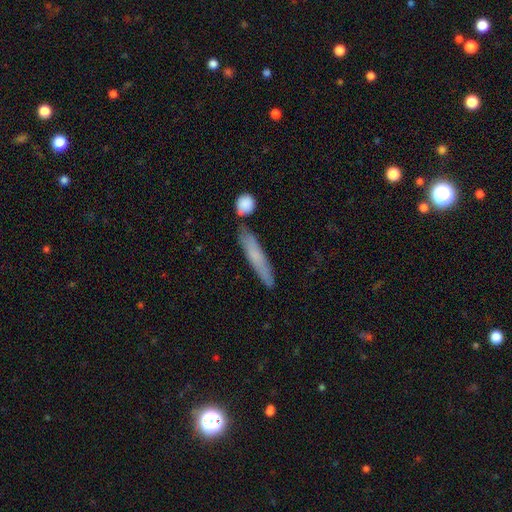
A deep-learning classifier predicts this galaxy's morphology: The model was most divided on "smooth or featured": smooth: 65%, featured or disk: 28%, star or artifact: 7%. More confident: how rounded — cigar-shaped (90%); merging — none (76%).